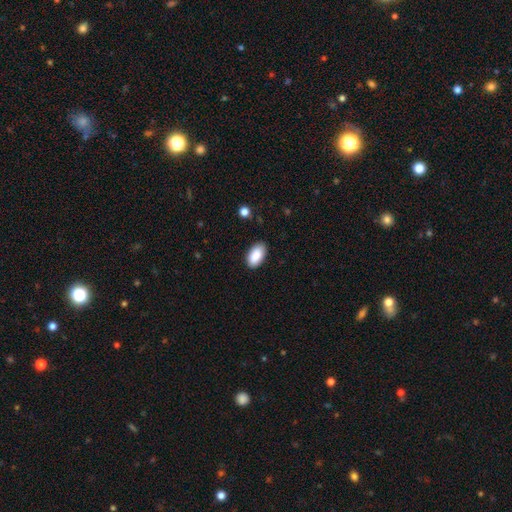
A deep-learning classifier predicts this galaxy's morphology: A smooth galaxy with no disk features (89%) that is in between round and cigar-shaped (95%). Merging: none (84%).